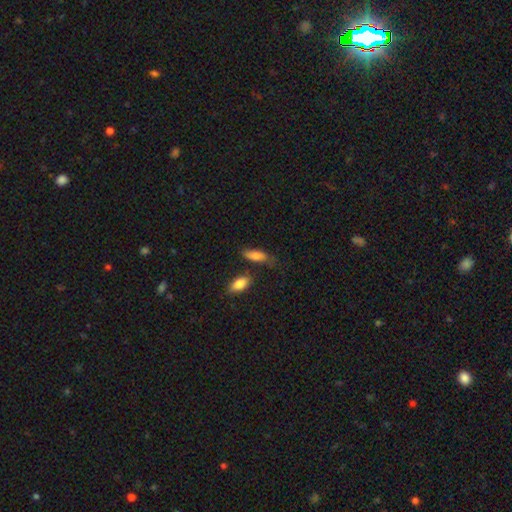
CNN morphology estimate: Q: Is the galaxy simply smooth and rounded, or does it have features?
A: smooth — 80%.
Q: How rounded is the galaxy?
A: in between — 70%.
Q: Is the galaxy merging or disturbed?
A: none — 61%.